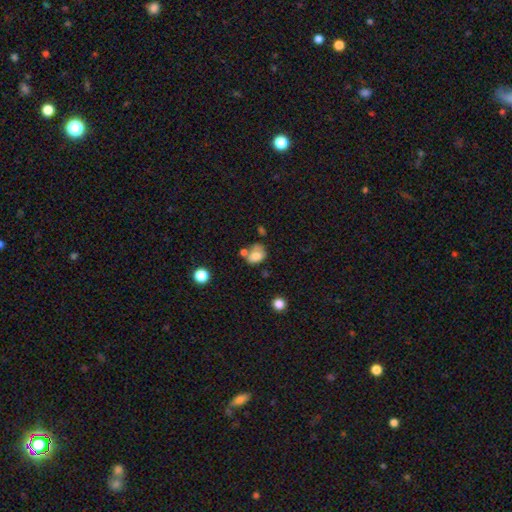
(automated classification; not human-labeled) Smooth or featured? Predicted: smooth (p=0.76). How rounded? Predicted: in between (p=0.65). Merging? Predicted: none (p=0.37).